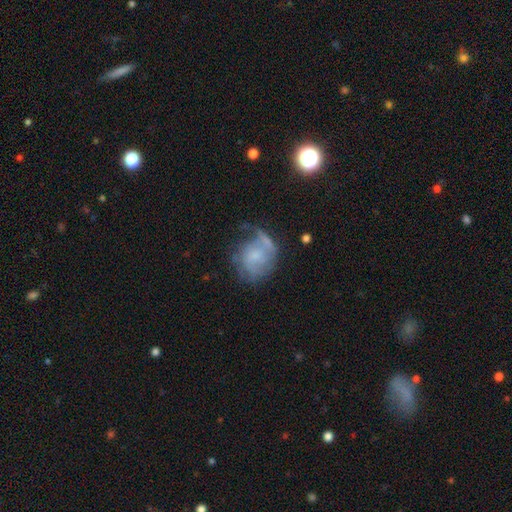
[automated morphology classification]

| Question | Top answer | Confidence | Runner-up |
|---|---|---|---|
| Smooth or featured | featured or disk | 56% | smooth (35%) |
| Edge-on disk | no | 97% | yes (3%) |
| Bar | no | 70% | weak (26%) |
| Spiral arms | yes | 71% | no (29%) |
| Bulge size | small | 44% | moderate (25%) |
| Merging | none | 39% | major disturbance (28%) |